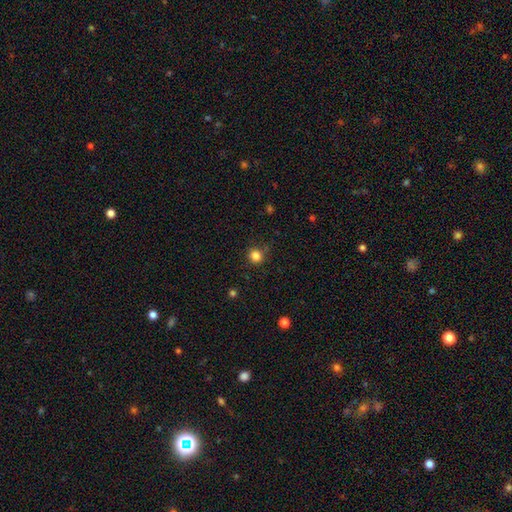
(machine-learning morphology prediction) smooth_or_featured: smooth (p=0.83) [alt: star or artifact p=0.13]
how_rounded: round (p=0.91) [alt: in between p=0.08]
merging: none (p=0.86) [alt: minor disturbance p=0.09]